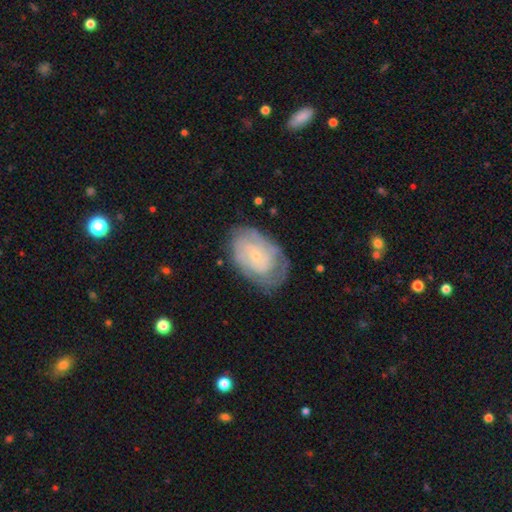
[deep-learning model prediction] Smooth or featured? featured or disk (66%)
Edge-on disk? no (96%)
Bar? no (77%)
Spiral arms? yes (79%)
Spiral winding? tight (67%)
Spiral arm count? can't tell (56%)
Bulge size? small (78%)
Merging? none (65%)